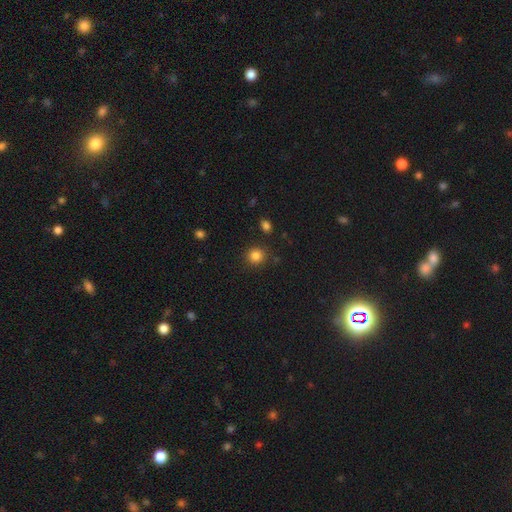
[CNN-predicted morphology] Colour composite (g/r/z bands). It shows a smooth galaxy with no disk features (84%) that is round (90%). Merging: none (87%).